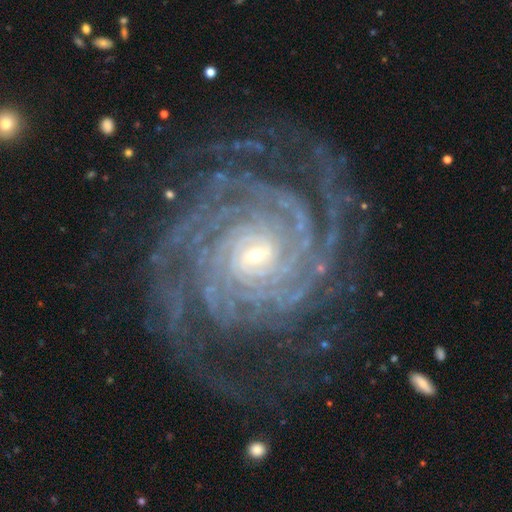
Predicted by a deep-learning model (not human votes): A featured or disk galaxy (92%) with a weak bar (43%), more than 4 (28%) tight (82%) spiral arms (99%) and a small central bulge (75%).

Vote fractions:
- Smooth or featured? featured or disk: 92% / star or artifact: 5% / smooth: 3%
- Edge-on disk? no: 98% / yes: 2%
- Bar? weak: 43% / no: 39% / strong: 19%
- Spiral arms? yes: 99% / no: 1%
- Spiral winding? tight: 82% / medium: 14% / loose: 4%
- Spiral arm count? more than 4: 28% / can't tell: 19% / 4: 18% / 2: 12% / 3: 12% / 1: 10%
- Bulge size? small: 75% / moderate: 22% / large: 2% / none: 1% / dominant: 1%
- Merging? none: 74% / minor disturbance: 14% / major disturbance: 11% / merger: 2%